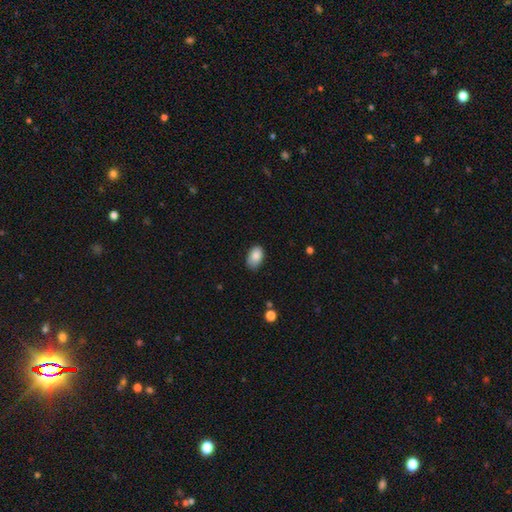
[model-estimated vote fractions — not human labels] smooth_or_featured: smooth (p=0.87) [alt: star or artifact p=0.07]
how_rounded: in between (p=0.90) [alt: round p=0.09]
merging: none (p=0.74) [alt: minor disturbance p=0.21]